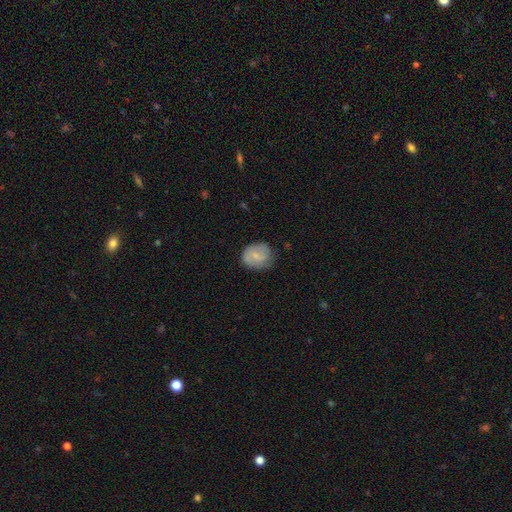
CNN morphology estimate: type=smooth (55%); roundness=round (61%); merging=none (68%).